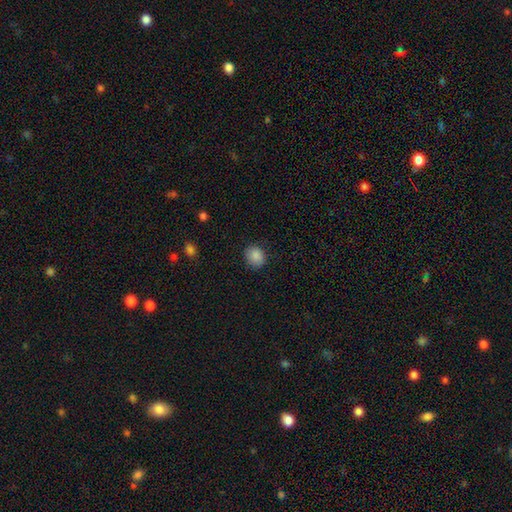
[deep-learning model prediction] Morphology: type=smooth (87%); roundness=round (63%); merging=none (84%).